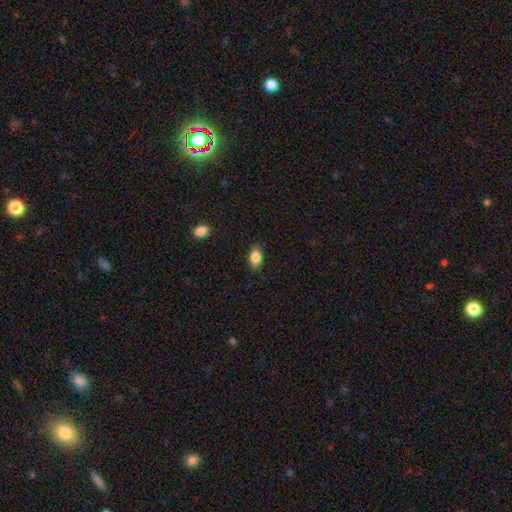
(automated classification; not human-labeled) Smooth or featured?
  - smooth: 86% *
  - star or artifact: 8%
  - featured or disk: 6%
How rounded?
  - in between: 87% *
  - round: 10%
  - cigar-shaped: 3%
Merging?
  - none: 83% *
  - minor disturbance: 14%
  - major disturbance: 3%
  - merger: 1%